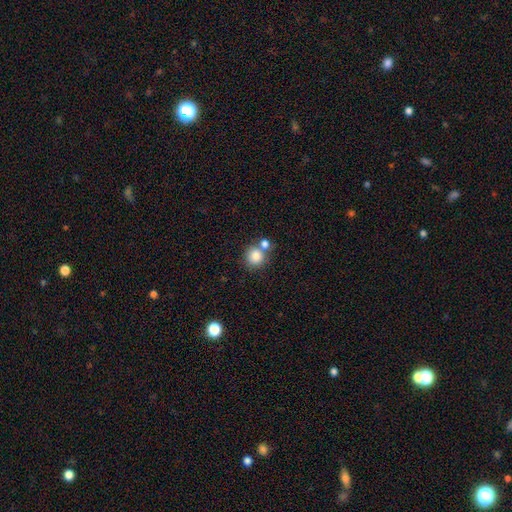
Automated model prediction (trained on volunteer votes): smooth-or-featured: smooth: 83% | star or artifact: 10% | featured or disk: 7%
  how-rounded: round: 91% | in between: 9% | cigar-shaped: 1%
  merging: none: 59% | merger: 29% | minor disturbance: 8% | major disturbance: 3%